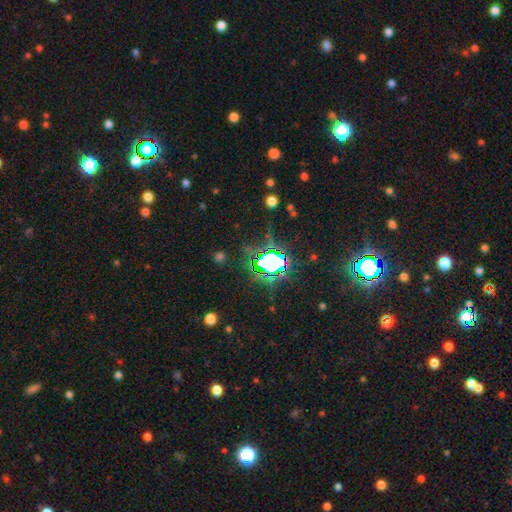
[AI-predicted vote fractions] Smooth or featured?
  - star or artifact: 81% *
  - smooth: 11%
  - featured or disk: 8%